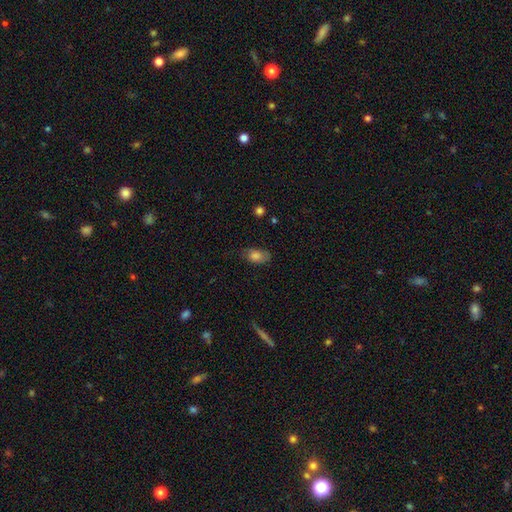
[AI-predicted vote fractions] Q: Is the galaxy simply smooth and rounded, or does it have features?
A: smooth — 76%.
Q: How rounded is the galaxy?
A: in between — 87%.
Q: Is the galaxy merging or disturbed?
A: none — 64%.